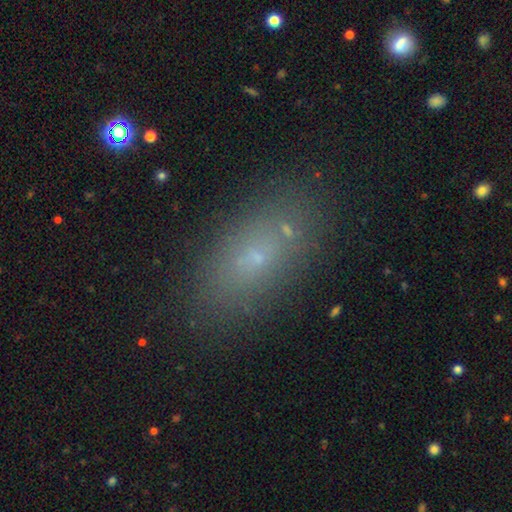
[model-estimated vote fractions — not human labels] A smooth galaxy with no disk features (63%) that is in between round and cigar-shaped (81%).

Vote fractions:
- Smooth or featured? smooth: 63% / star or artifact: 21% / featured or disk: 16%
- How rounded? in between: 81% / cigar-shaped: 10% / round: 9%
- Merging? none: 81% / minor disturbance: 10% / merger: 6% / major disturbance: 3%